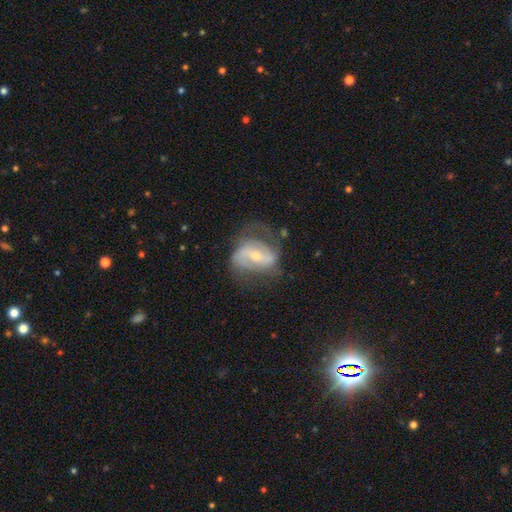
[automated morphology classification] A featured or disk galaxy (78%) with a weak bar (39%), 2 (73%) medium (43%) spiral arms (86%) and a small central bulge (52%). Merging: none (52%).